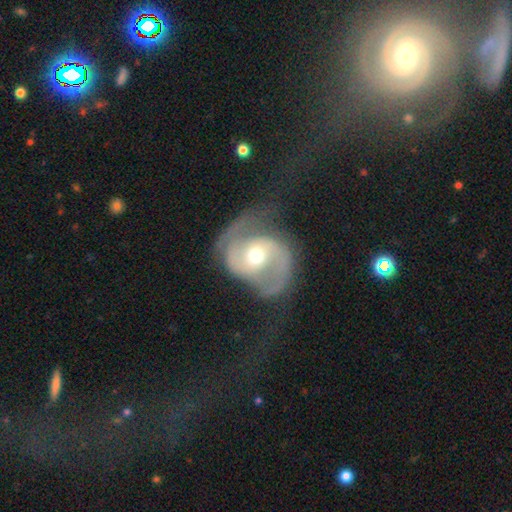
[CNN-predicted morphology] A featured or disk galaxy (83%) with no bar (54%), 2 (85%) medium (47%) spiral arms (92%) and a moderate central bulge (65%).

Vote fractions:
- Smooth or featured? featured or disk: 83% / smooth: 11% / star or artifact: 6%
- Edge-on disk? no: 97% / yes: 3%
- Bar? no: 54% / weak: 32% / strong: 14%
- Spiral arms? yes: 92% / no: 8%
- Spiral winding? medium: 47% / loose: 34% / tight: 19%
- Spiral arm count? 2: 85% / 1: 6% / can't tell: 5% / 3: 2% / 4: 1% / more than 4: 1%
- Bulge size? moderate: 65% / small: 27% / large: 5% / dominant: 1% / none: 1%
- Merging? none: 51% / major disturbance: 25% / minor disturbance: 22% / merger: 3%